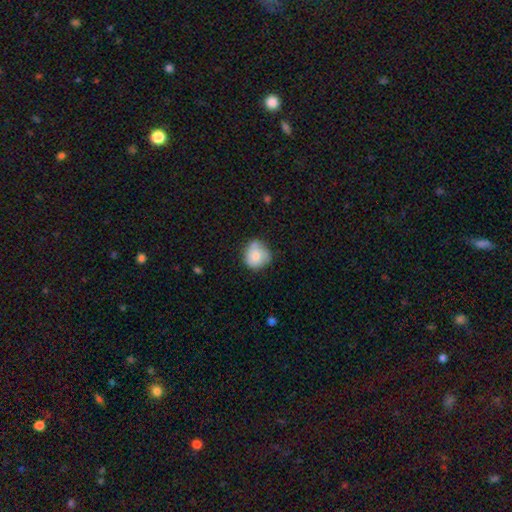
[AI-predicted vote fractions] A smooth galaxy with no disk features (75%) that is round (85%). Merging: none (55%).